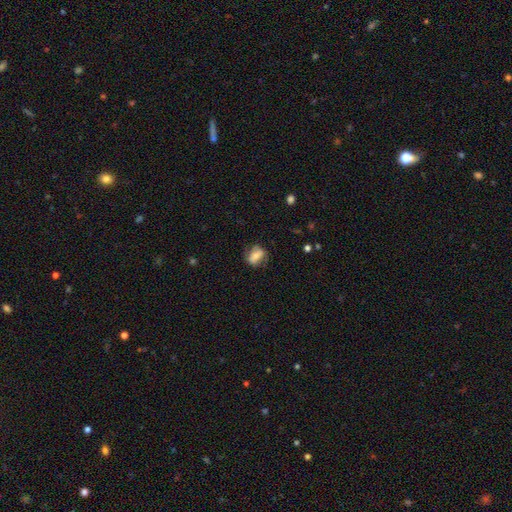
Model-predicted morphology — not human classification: Smooth or featured?
  - smooth: 55% *
  - featured or disk: 36%
  - star or artifact: 8%
How rounded?
  - in between: 62% *
  - round: 34%
  - cigar-shaped: 4%
Merging?
  - none: 69% *
  - minor disturbance: 21%
  - major disturbance: 9%
  - merger: 2%